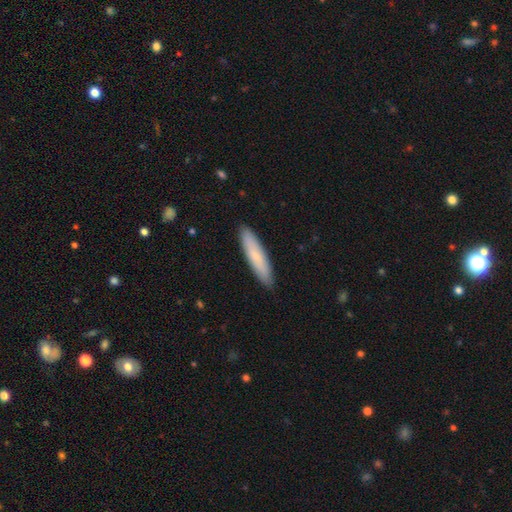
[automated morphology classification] type=smooth (78%); roundness=cigar-shaped (82%); merging=none (90%).